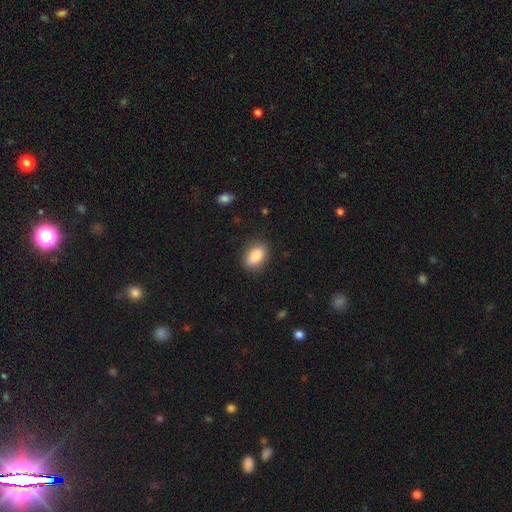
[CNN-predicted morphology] Smooth or featured? Predicted: smooth (p=0.85). How rounded? Predicted: in between (p=0.84). Merging? Predicted: none (p=0.85).